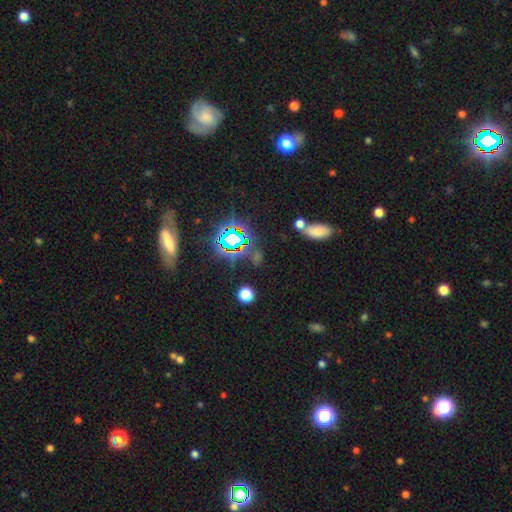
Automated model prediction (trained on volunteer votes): smooth_or_featured: star or artifact (p=0.63) [alt: smooth p=0.24]